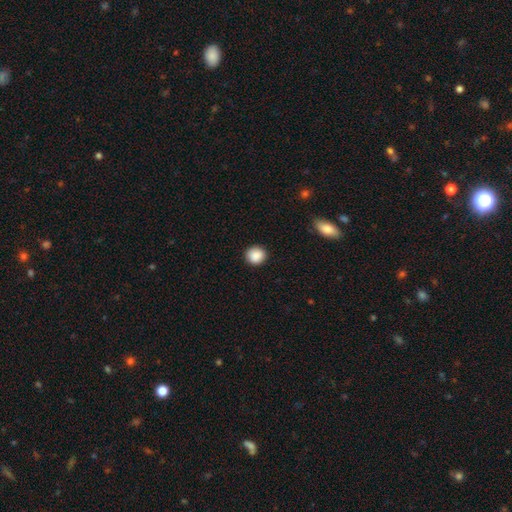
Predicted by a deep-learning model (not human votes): This is clearly a smooth galaxy (89%). How rounded: clearly round (91%). Merging: clearly none (91%).